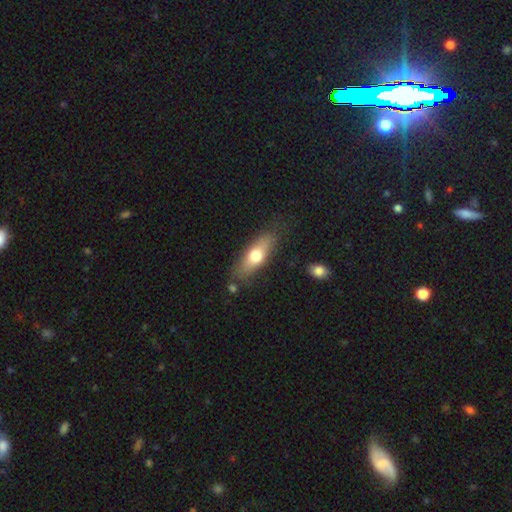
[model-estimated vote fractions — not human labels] Q: Smooth or featured?
A: smooth (64%); runner-up: featured or disk (30%)
Q: How rounded?
A: in between (57%); runner-up: cigar-shaped (39%)
Q: Merging?
A: none (76%); runner-up: minor disturbance (16%)